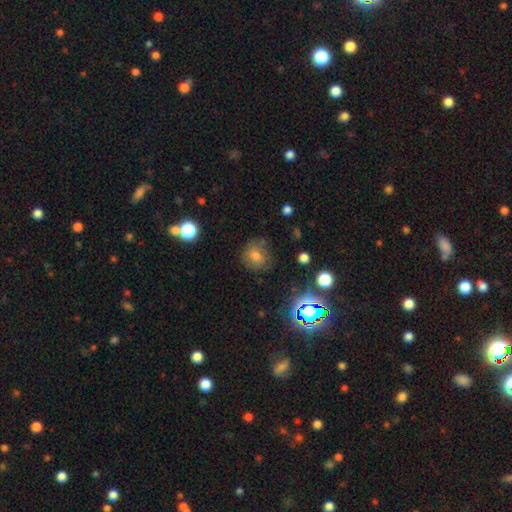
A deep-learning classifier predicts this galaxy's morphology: A smooth galaxy with no disk features (64%) that is round (78%).

Vote fractions:
- Smooth or featured? smooth: 64% / star or artifact: 21% / featured or disk: 15%
- How rounded? round: 78% / in between: 21% / cigar-shaped: 1%
- Merging? none: 73% / minor disturbance: 18% / major disturbance: 7% / merger: 3%